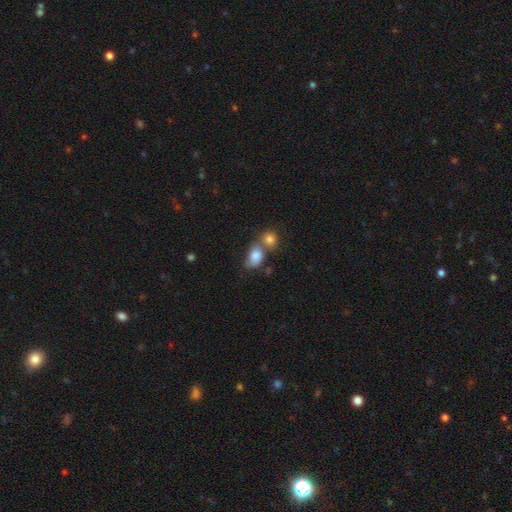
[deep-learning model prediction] Overall: smooth (82%). How rounded: in between (71%). Merging: merger (47%; none 33%).